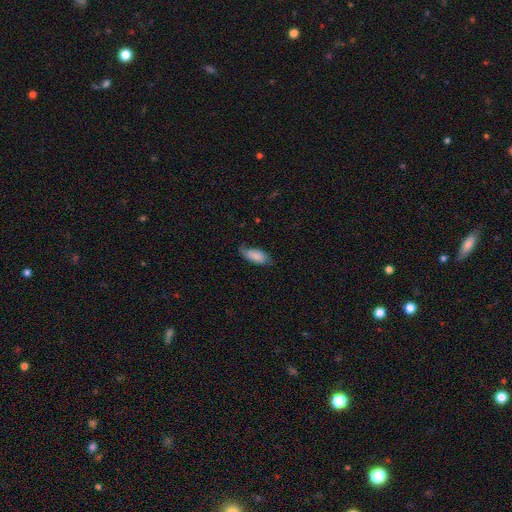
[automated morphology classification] Smooth or featured? smooth (81%)
How rounded? in between (85%)
Merging? none (63%)